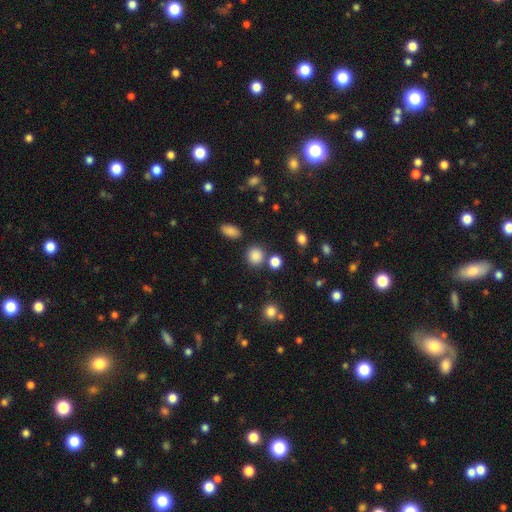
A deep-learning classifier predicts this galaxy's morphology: smooth 84%, star or artifact 12%, featured or disk 4%. Down the decision tree: how rounded — round (83%); merging — none (79%).